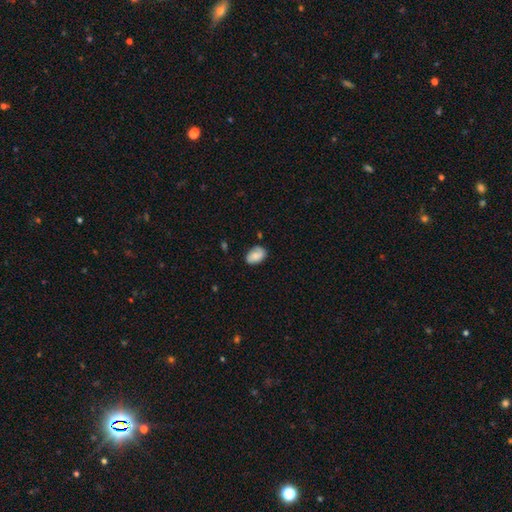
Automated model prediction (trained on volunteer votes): The model was most divided on "merging": none: 70%, minor disturbance: 23%, major disturbance: 5%, merger: 2%. More confident: how rounded — in between (87%); smooth or featured — smooth (72%).